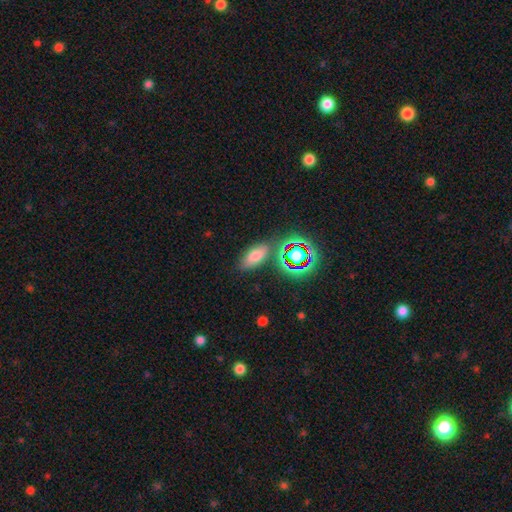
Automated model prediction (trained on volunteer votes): Smooth or featured? Predicted: smooth (p=0.68). How rounded? Predicted: in between (p=0.81). Merging? Predicted: none (p=0.76).